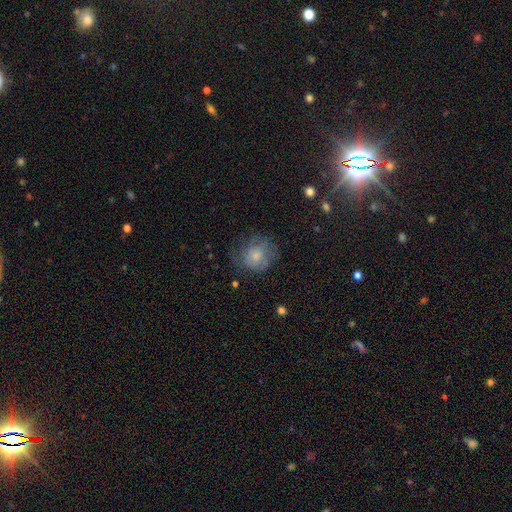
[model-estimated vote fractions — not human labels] Smooth or featured? Predicted: smooth (p=0.63). How rounded? Predicted: round (p=0.82). Merging? Predicted: none (p=0.60).